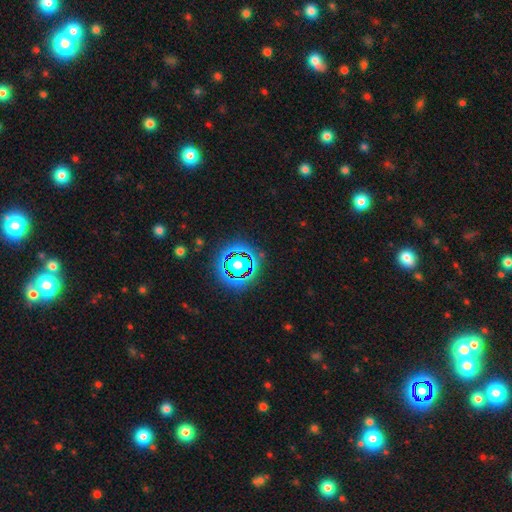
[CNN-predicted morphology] type=star or artifact (77%).